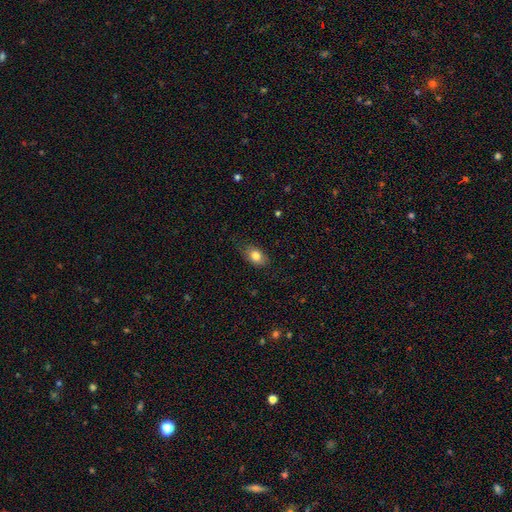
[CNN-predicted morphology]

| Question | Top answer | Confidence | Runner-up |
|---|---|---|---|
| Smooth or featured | smooth | 80% | featured or disk (12%) |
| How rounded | in between | 82% | round (16%) |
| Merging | none | 71% | minor disturbance (23%) |